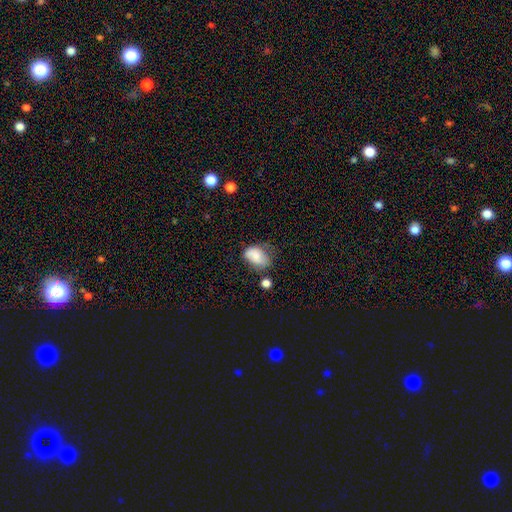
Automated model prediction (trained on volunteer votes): This appears to be a smooth galaxy with no disk features (74%) that is in between round and cigar-shaped (82%). Merging: none (43%).